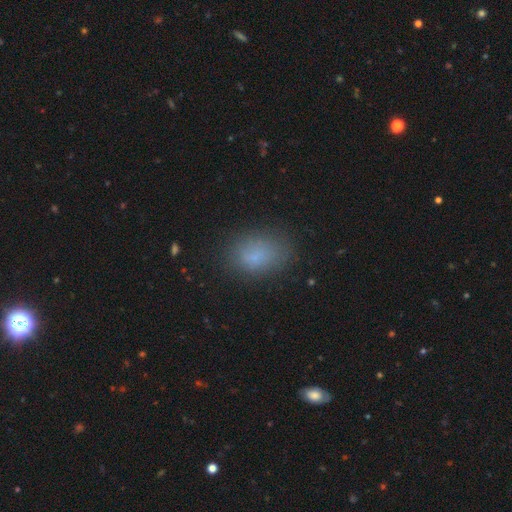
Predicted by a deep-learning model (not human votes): This appears to be a smooth galaxy with no disk features (77%) that is in between round and cigar-shaped (78%). Merging: none (76%).